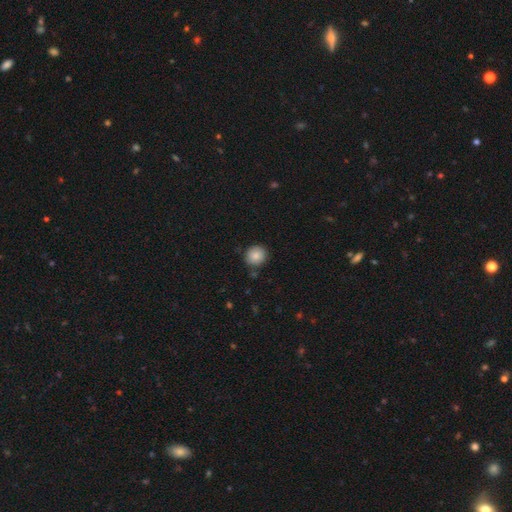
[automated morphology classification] Smooth or featured? Predicted: smooth (p=0.86). How rounded? Predicted: round (p=0.89). Merging? Predicted: none (p=0.85).